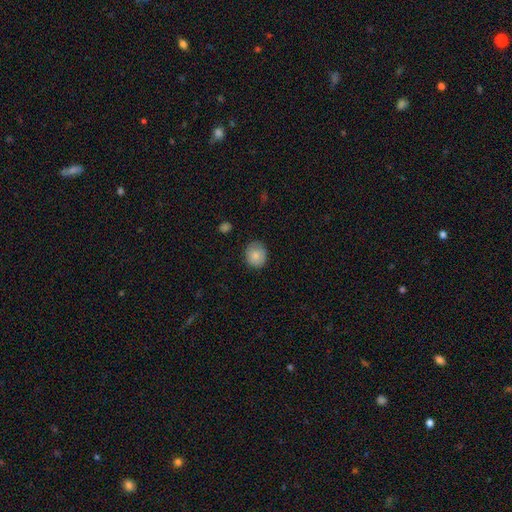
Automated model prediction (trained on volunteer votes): Morphology: type=smooth (83%); roundness=round (76%); merging=none (80%).